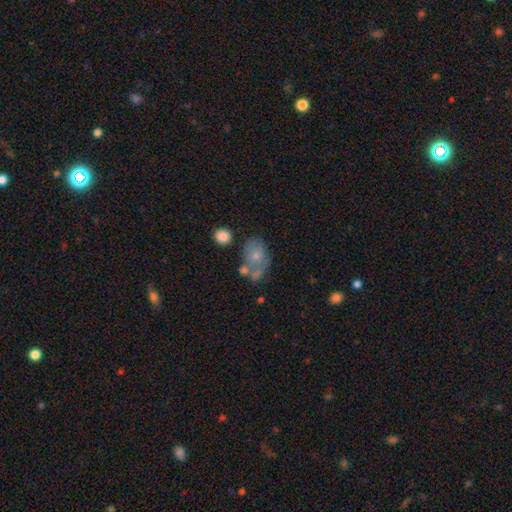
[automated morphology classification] smooth_or_featured: smooth (p=0.61) [alt: featured or disk p=0.30]
how_rounded: in between (p=0.77) [alt: round p=0.21]
merging: none (p=0.35) [alt: merger p=0.26]